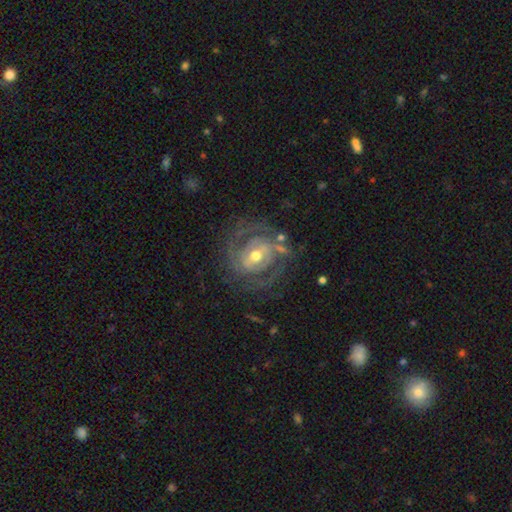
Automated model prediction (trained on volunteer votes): Q: Smooth or featured?
A: featured or disk (88%); runner-up: smooth (7%)
Q: Edge-on disk?
A: no (97%); runner-up: yes (3%)
Q: Bar?
A: weak (42%); runner-up: no (36%)
Q: Spiral arms?
A: yes (92%); runner-up: no (8%)
Q: Spiral winding?
A: tight (61%); runner-up: medium (31%)
Q: Spiral arm count?
A: 2 (39%); runner-up: can't tell (24%)
Q: Bulge size?
A: moderate (72%); runner-up: small (21%)
Q: Merging?
A: none (67%); runner-up: minor disturbance (17%)